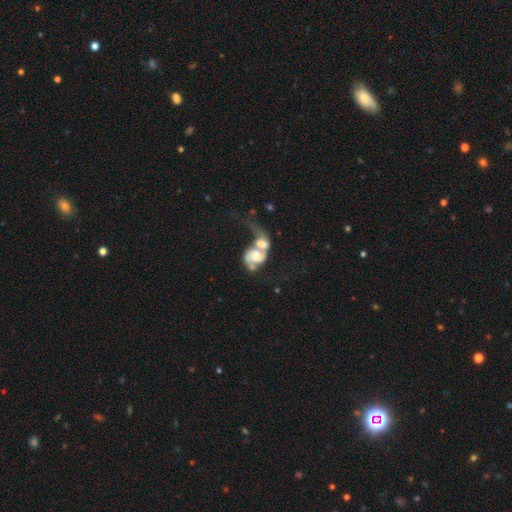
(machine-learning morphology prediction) Smooth or featured?
  - featured or disk: 67% *
  - smooth: 26%
  - star or artifact: 7%
Edge-on disk?
  - no: 97% *
  - yes: 3%
Bar?
  - no: 68% *
  - weak: 25%
  - strong: 8%
Spiral arms?
  - yes: 80% *
  - no: 20%
Spiral winding?
  - loose: 58% *
  - medium: 28%
  - tight: 14%
Spiral arm count?
  - 2: 70% *
  - 1: 18%
  - can't tell: 9%
  - 3: 1%
  - 4: 1%
  - more than 4: 1%
Bulge size?
  - moderate: 36% *
  - large: 30%
  - small: 16%
  - none: 11%
  - dominant: 7%
Merging?
  - merger: 68% *
  - major disturbance: 17%
  - none: 10%
  - minor disturbance: 6%